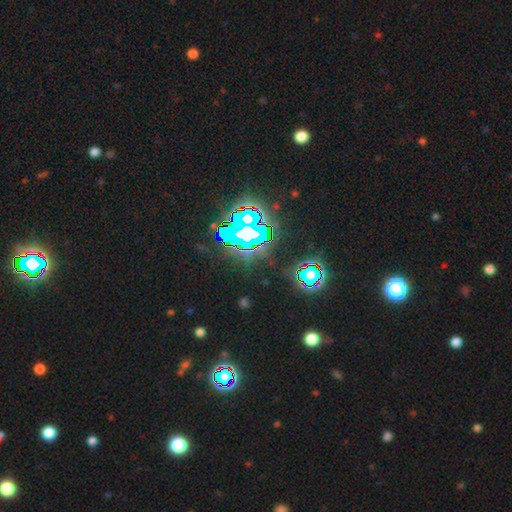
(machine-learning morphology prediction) Smooth or featured?
  - star or artifact: 81% *
  - smooth: 9%
  - featured or disk: 9%